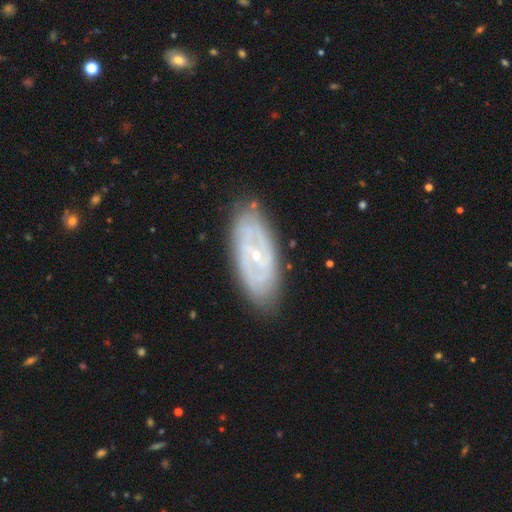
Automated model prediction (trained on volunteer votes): The model was most divided on "bar": no: 45%, weak: 38%, strong: 17%. Remaining: edge-on disk — no (91%); merging — none (83%); spiral arms — yes (82%); smooth or featured — featured or disk (80%); bulge size — small (79%); spiral winding — tight (57%); spiral arm count — 2 (49%).